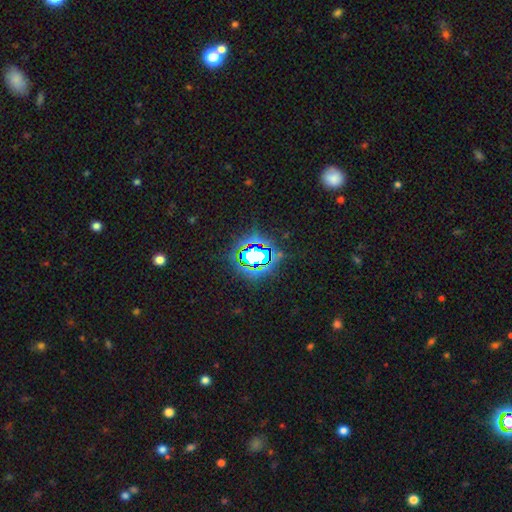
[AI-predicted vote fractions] Smooth or featured? Predicted: star or artifact (p=0.65).